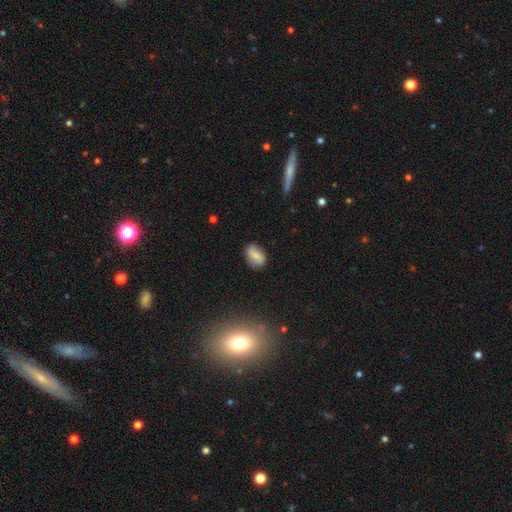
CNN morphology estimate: A smooth galaxy with no disk features (62%) that is in between round and cigar-shaped (82%). Merging: none (79%).